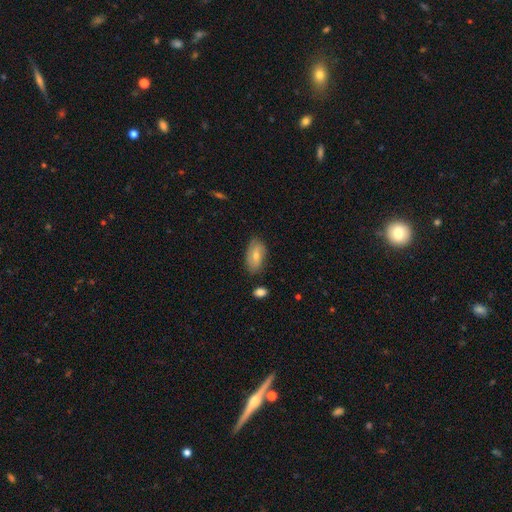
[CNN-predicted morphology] Smooth or featured: smooth — 63% (featured or disk — 30%)
How rounded: in between — 92% (round — 4%)
Merging: none — 76% (minor disturbance — 18%)